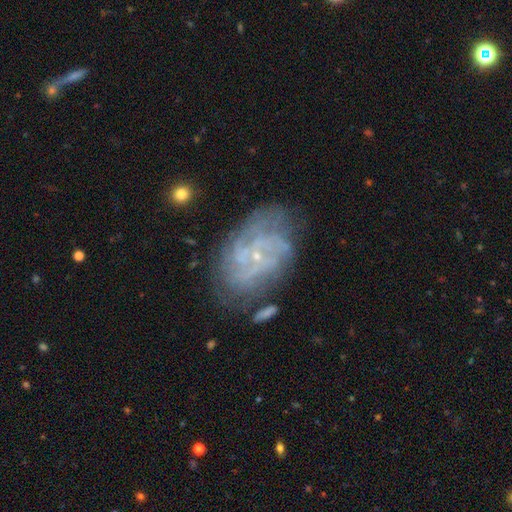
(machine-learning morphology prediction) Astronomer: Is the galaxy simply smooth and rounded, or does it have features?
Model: featured or disk — 80%.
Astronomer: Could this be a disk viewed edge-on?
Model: no — 97%.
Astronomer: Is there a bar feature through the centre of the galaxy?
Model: no — 68%.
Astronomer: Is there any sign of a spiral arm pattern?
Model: yes — 89%.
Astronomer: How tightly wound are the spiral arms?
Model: tight — 57%.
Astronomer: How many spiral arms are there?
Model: can't tell — 41%.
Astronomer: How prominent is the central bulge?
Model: small — 85%.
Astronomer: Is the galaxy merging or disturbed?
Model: none — 65%.